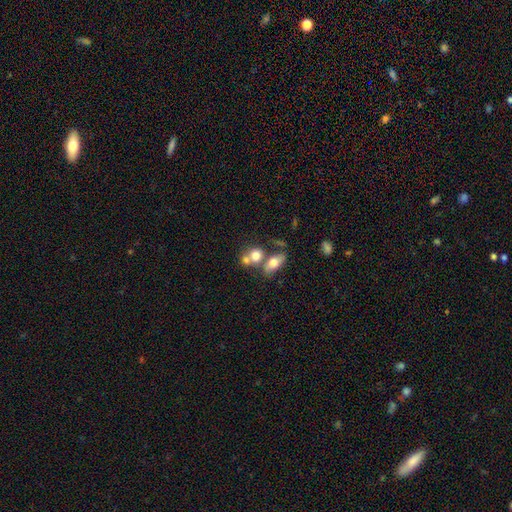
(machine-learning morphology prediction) smooth-or-featured: smooth: 73% | featured or disk: 17% | star or artifact: 10%
  how-rounded: round: 55% | in between: 42% | cigar-shaped: 3%
  merging: merger: 50% | none: 35% | minor disturbance: 9% | major disturbance: 5%